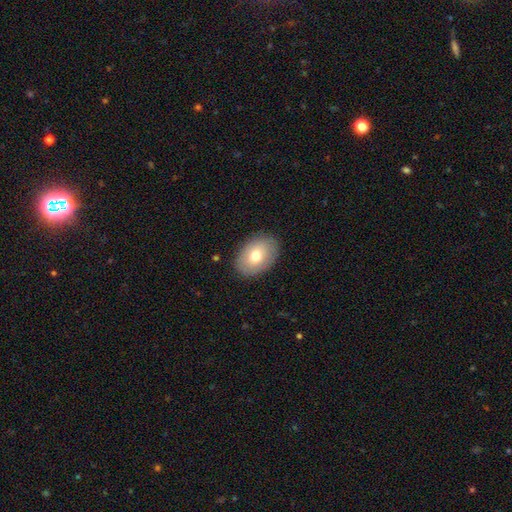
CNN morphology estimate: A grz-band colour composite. It shows a smooth galaxy with no disk features (72%) that is in between round and cigar-shaped (84%). Merging: none (87%).